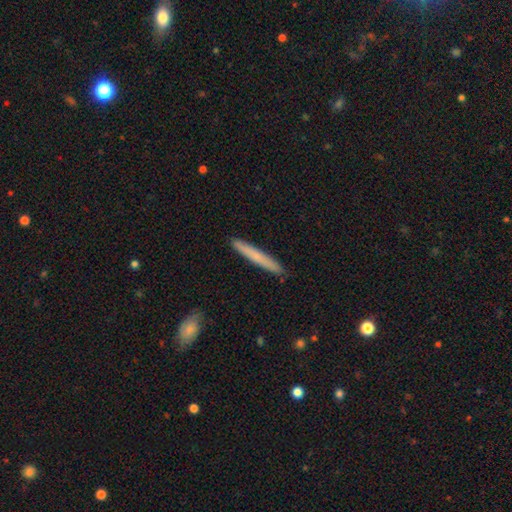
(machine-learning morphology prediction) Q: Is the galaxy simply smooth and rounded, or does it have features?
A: smooth — 68%.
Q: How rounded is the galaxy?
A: cigar-shaped — 96%.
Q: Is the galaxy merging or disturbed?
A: none — 91%.